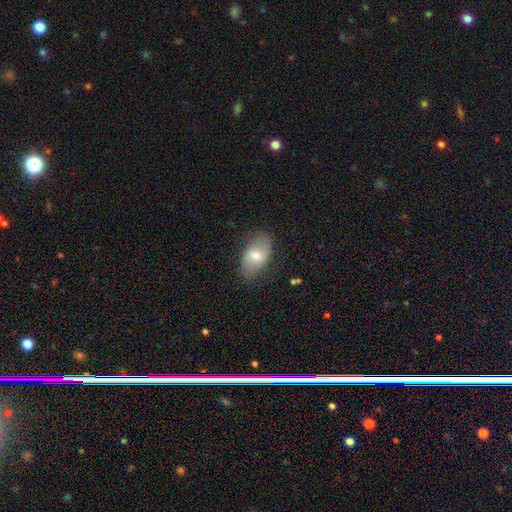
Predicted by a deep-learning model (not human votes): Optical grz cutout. It shows a smooth galaxy with no disk features (63%) that is in between round and cigar-shaped (92%). Merging: none (75%).